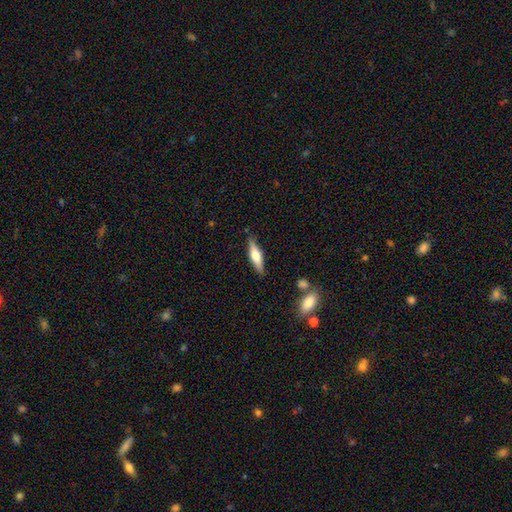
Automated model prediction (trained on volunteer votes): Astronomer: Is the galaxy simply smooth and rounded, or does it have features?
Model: featured or disk — 47%, tied with smooth at 47%.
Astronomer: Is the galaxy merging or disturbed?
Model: none — 85%.